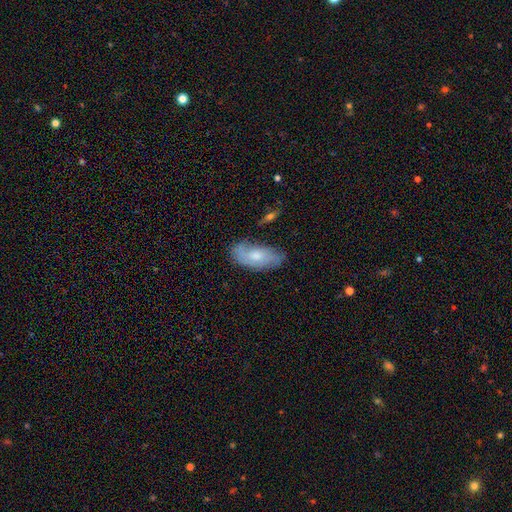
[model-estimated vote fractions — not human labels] Morphology: type=featured or disk (49%); merging=none (67%).